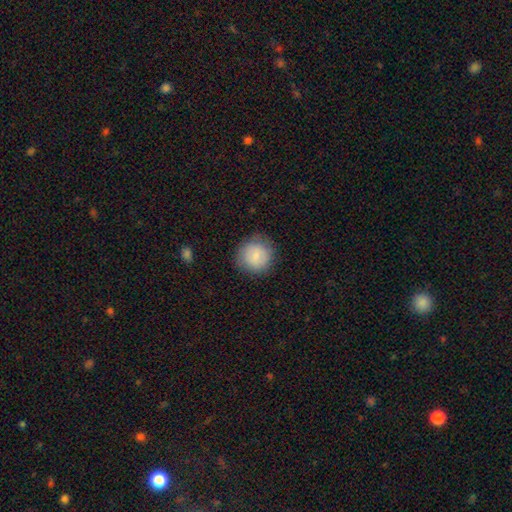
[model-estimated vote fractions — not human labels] Smooth or featured? smooth (82%)
How rounded? round (91%)
Merging? none (82%)